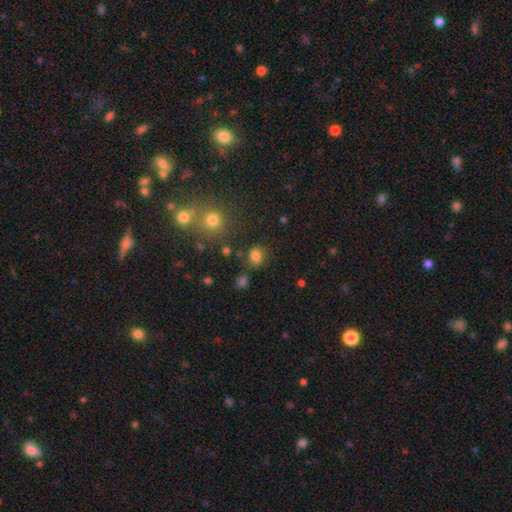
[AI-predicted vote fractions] Q: Smooth or featured?
A: smooth (79%); runner-up: star or artifact (16%)
Q: How rounded?
A: round (64%); runner-up: in between (35%)
Q: Merging?
A: none (73%); runner-up: minor disturbance (14%)